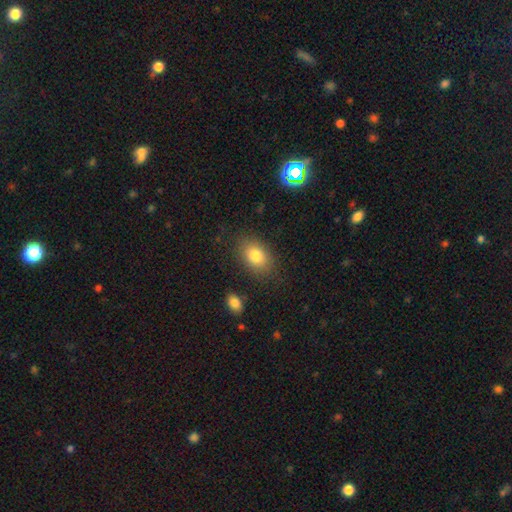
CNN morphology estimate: Overall: smooth (81%). How rounded: in between (79%). Merging: none (82%).